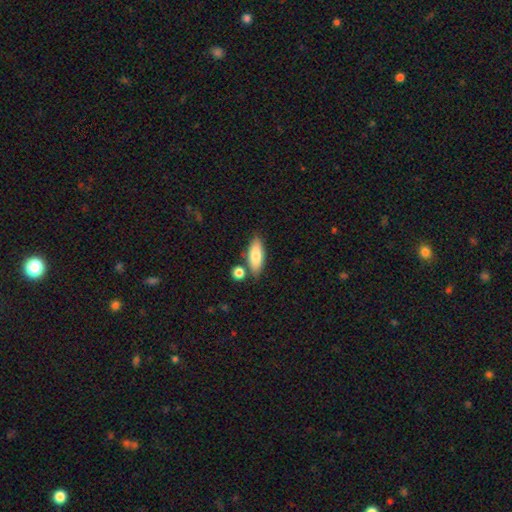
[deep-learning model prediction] Smooth or featured? Predicted: smooth (p=0.81). How rounded? Predicted: in between (p=0.68). Merging? Predicted: none (p=0.73).